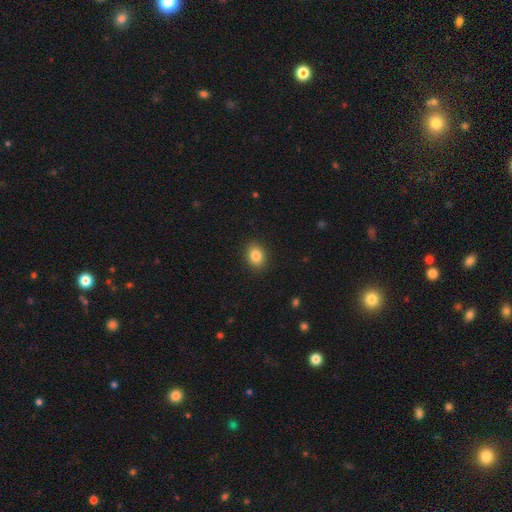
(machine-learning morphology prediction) type=smooth (85%); roundness=in between (55%); merging=none (90%).